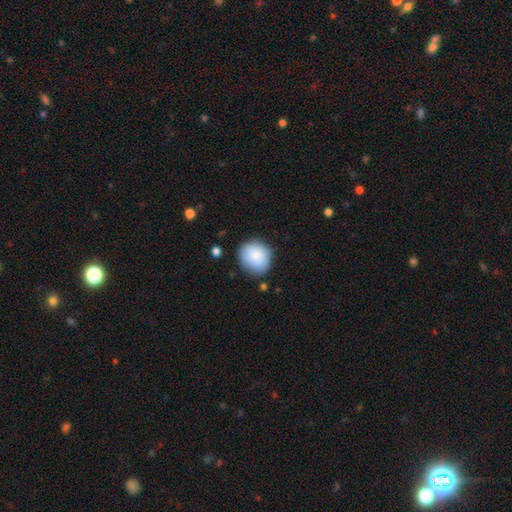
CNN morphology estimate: type=smooth (84%); roundness=round (79%); merging=none (79%).